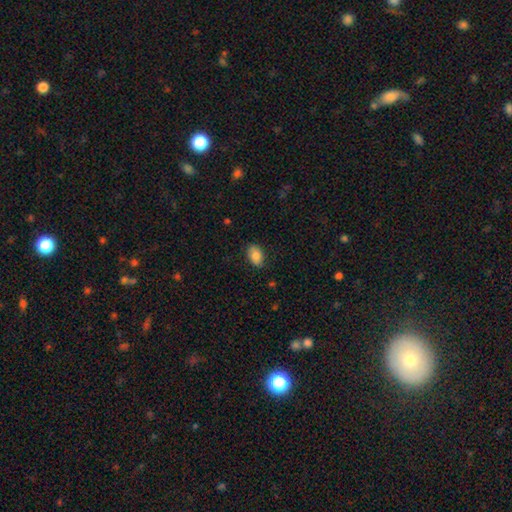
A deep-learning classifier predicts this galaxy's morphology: Q: Smooth or featured?
A: smooth (83%); runner-up: featured or disk (10%)
Q: How rounded?
A: in between (89%); runner-up: round (9%)
Q: Merging?
A: none (84%); runner-up: minor disturbance (13%)